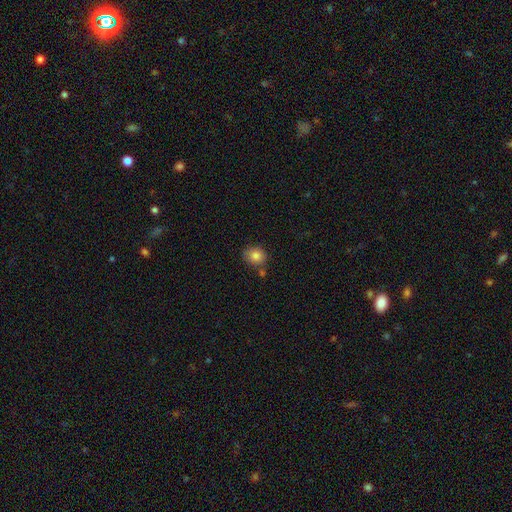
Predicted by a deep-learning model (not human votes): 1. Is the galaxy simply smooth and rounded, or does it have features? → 83% smooth, 10% star or artifact, 7% featured or disk.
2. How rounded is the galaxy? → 76% round, 23% in between, 1% cigar-shaped.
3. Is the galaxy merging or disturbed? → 75% none, 13% minor disturbance, 9% merger, 3% major disturbance.